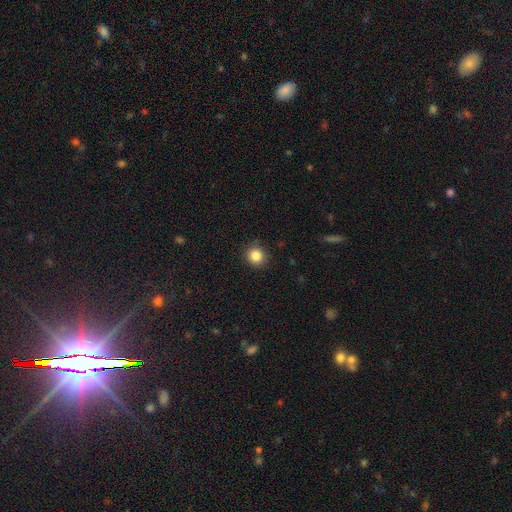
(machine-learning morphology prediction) Smooth or featured? smooth (86%)
How rounded? round (91%)
Merging? none (89%)